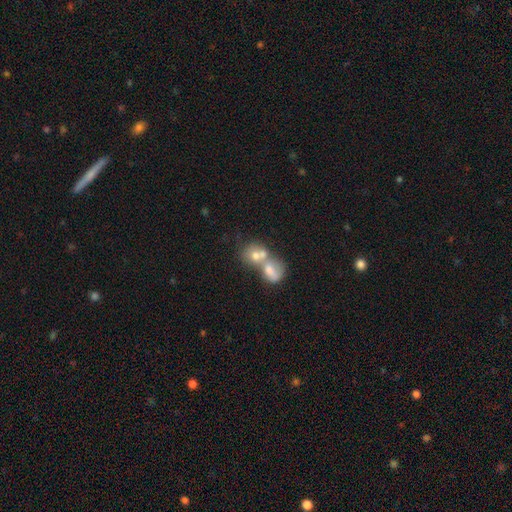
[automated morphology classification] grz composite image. It shows a smooth galaxy with no disk features (64%) that is round (53%). Merging: merger (76%).